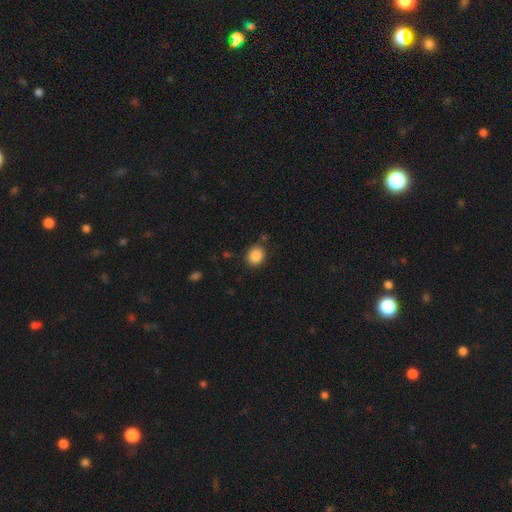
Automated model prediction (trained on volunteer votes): A smooth galaxy with no disk features (87%) that is round (73%).

Vote fractions:
- Smooth or featured? smooth: 87% / star or artifact: 9% / featured or disk: 3%
- How rounded? round: 73% / in between: 26% / cigar-shaped: 1%
- Merging? none: 85% / minor disturbance: 10% / major disturbance: 3% / merger: 3%